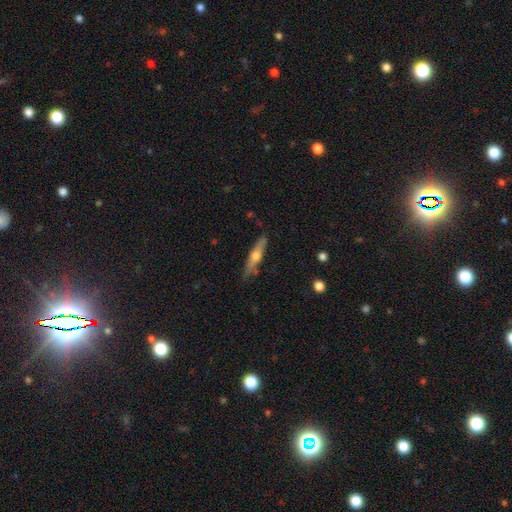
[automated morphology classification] Q: Smooth or featured?
A: featured or disk (49%); runner-up: smooth (45%)
Q: Merging?
A: none (80%); runner-up: minor disturbance (15%)